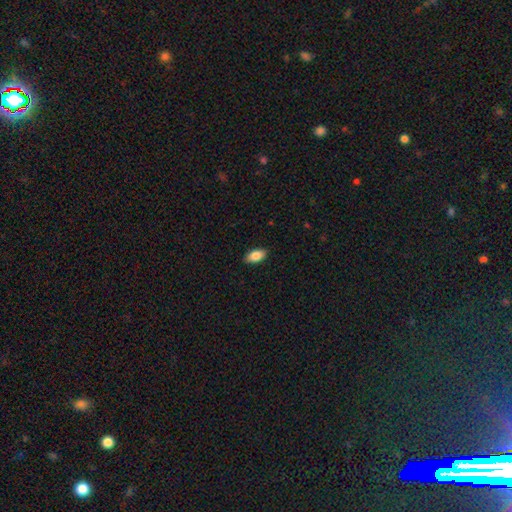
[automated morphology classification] This appears to be a smooth galaxy with no disk features (87%) that is in between round and cigar-shaped (93%). Merging: none (89%).